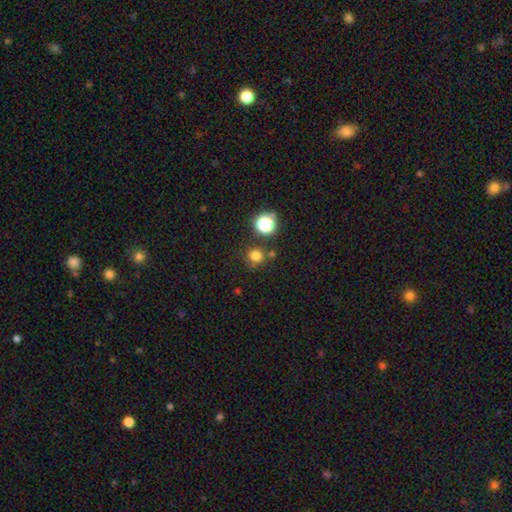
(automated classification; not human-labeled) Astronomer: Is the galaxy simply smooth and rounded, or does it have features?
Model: smooth — 75%.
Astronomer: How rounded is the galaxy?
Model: round — 90%.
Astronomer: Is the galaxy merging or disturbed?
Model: none — 77%.